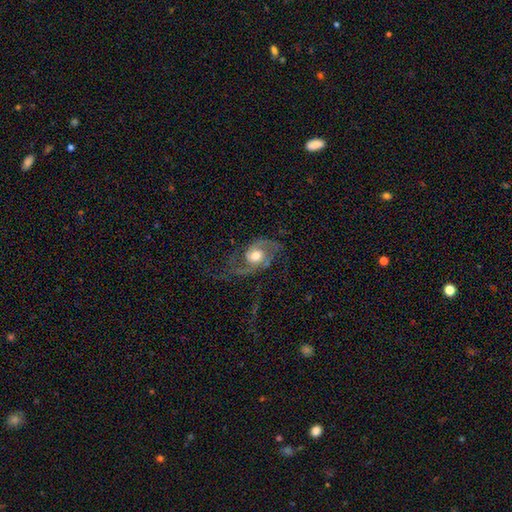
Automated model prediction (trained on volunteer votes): featured or disk 77%, smooth 17%, star or artifact 6%. Down the decision tree: edge-on disk — no (96%); bar — no (71%); spiral arms — yes (92%); spiral arm count — 2 (77%); spiral winding — medium (42%, tied with loose); bulge size — moderate (61%); merging — none (44%).